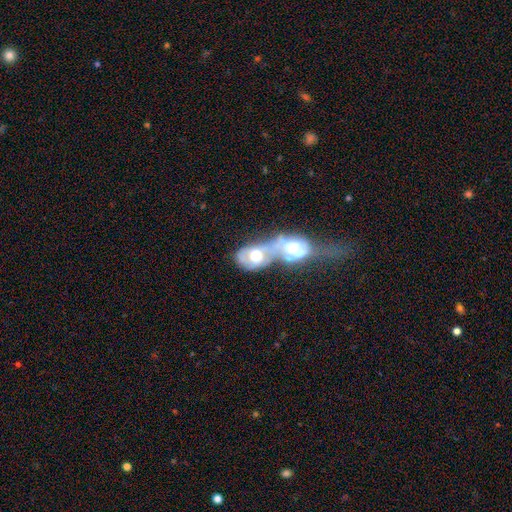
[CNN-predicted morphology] The model was most divided on "spiral arms": no: 51%, yes: 49%. More confident: edge-on disk — no (94%); merging — merger (81%); bar — no (78%); smooth or featured — featured or disk (58%); bulge size — moderate (57%).